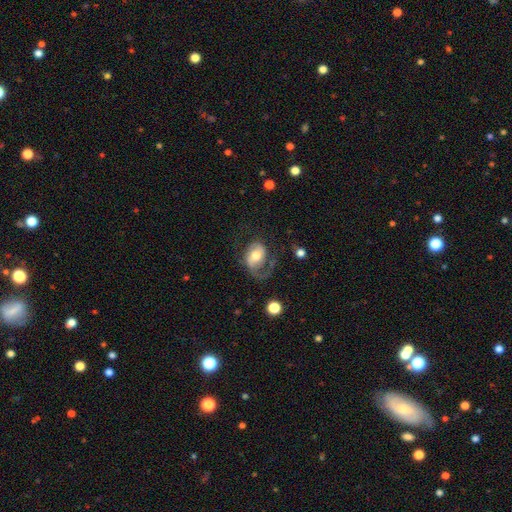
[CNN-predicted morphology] type=featured or disk (61%); edge-on=no (96%); bar=no (51%); spiral arms=yes (84%); bulge=moderate (67%); merging=none (42%).